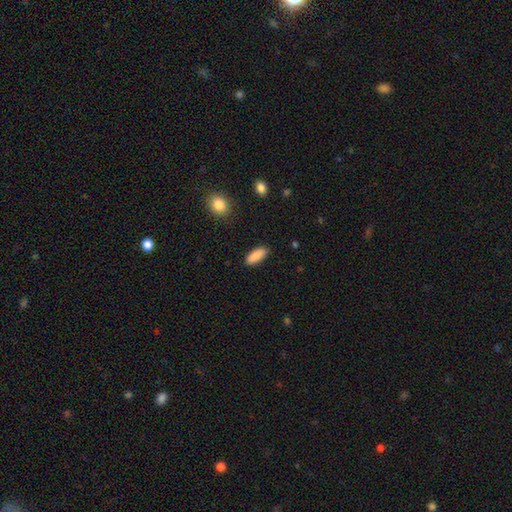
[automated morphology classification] smooth 89%, star or artifact 6%, featured or disk 5%. Down the decision tree: how rounded — in between (75%); merging — none (89%).